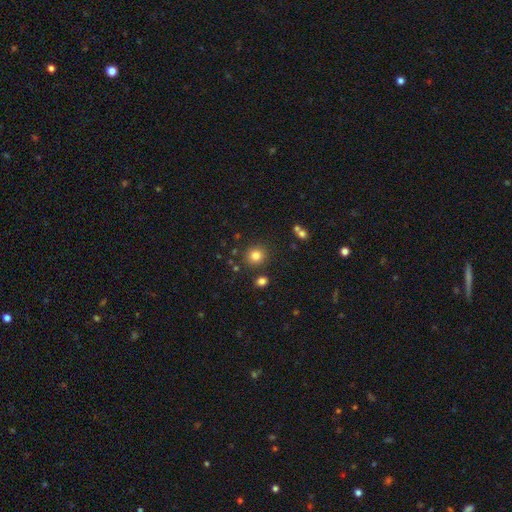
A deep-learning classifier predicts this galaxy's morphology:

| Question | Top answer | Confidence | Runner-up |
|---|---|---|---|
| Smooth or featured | smooth | 82% | star or artifact (12%) |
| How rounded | round | 88% | in between (11%) |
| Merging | none | 86% | minor disturbance (8%) |